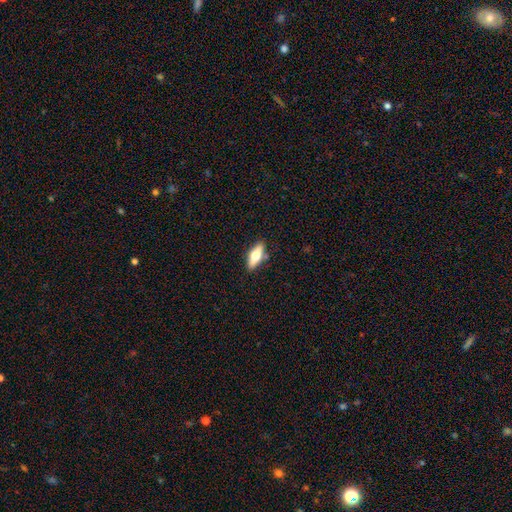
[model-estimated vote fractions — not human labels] smooth-or-featured: smooth: 61% | featured or disk: 33% | star or artifact: 6%
  how-rounded: in between: 67% | cigar-shaped: 30% | round: 3%
  merging: none: 84% | minor disturbance: 11% | merger: 3% | major disturbance: 2%